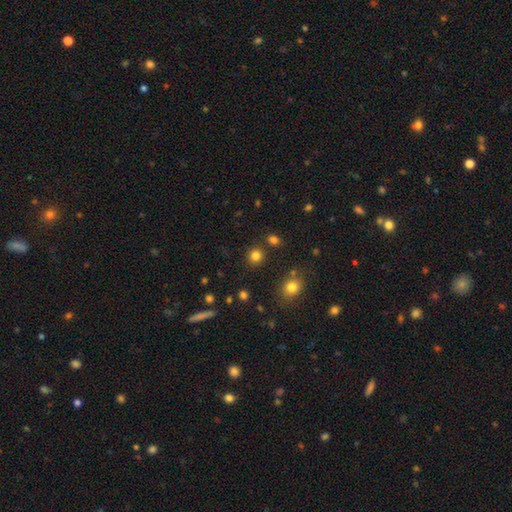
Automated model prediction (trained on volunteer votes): Morphology: type=smooth (81%); roundness=round (89%); merging=none (85%).